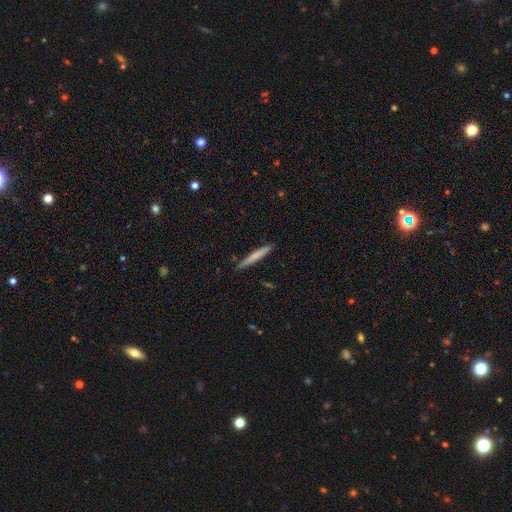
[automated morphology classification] A smooth galaxy with no disk features (66%) that is cigar-shaped (96%).

Vote fractions:
- Smooth or featured? smooth: 66% / featured or disk: 29% / star or artifact: 6%
- How rounded? cigar-shaped: 96% / in between: 3% / round: 1%
- Merging? none: 88% / minor disturbance: 9% / major disturbance: 2% / merger: 1%